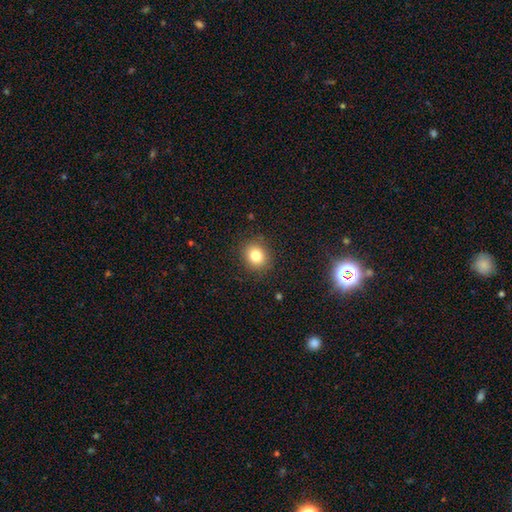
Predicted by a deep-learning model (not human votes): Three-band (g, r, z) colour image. It shows a smooth galaxy with no disk features (80%) that is round (78%). Merging: none (88%).